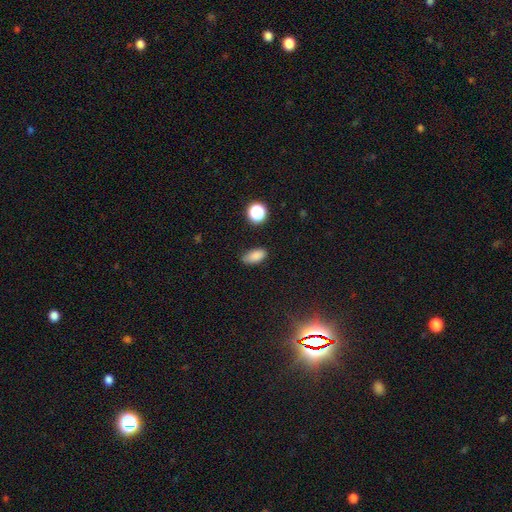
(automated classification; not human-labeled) Q: Smooth or featured?
A: smooth (84%); runner-up: star or artifact (11%)
Q: How rounded?
A: in between (88%); runner-up: round (7%)
Q: Merging?
A: none (76%); runner-up: minor disturbance (19%)